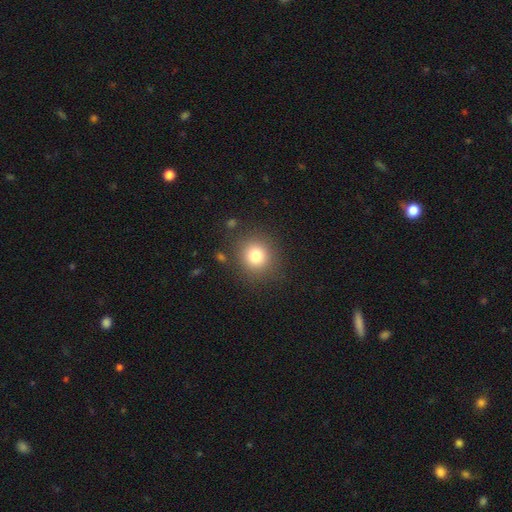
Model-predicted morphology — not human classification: smooth_or_featured: smooth (p=0.79) [alt: star or artifact p=0.12]
how_rounded: round (p=0.89) [alt: in between p=0.10]
merging: none (p=0.86) [alt: minor disturbance p=0.08]